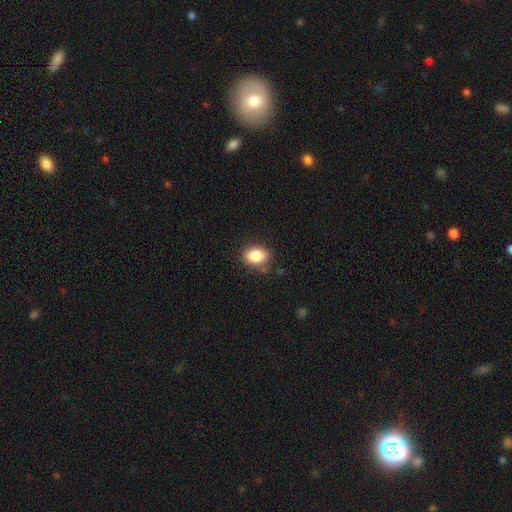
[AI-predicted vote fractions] Overall: smooth (85%). How rounded: in between (74%). Merging: none (81%).